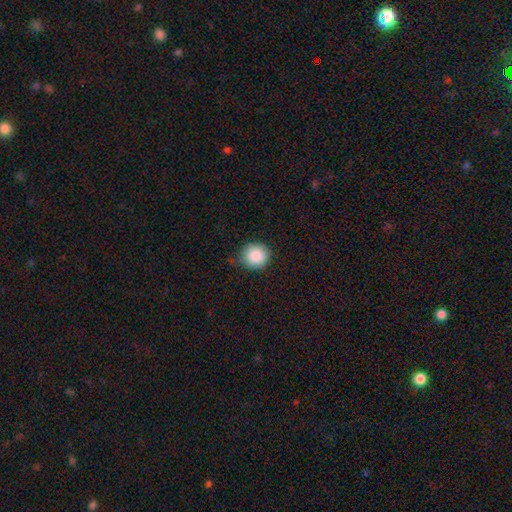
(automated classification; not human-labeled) smooth-or-featured: smooth: 88% | star or artifact: 8% | featured or disk: 3%
  how-rounded: round: 91% | in between: 8% | cigar-shaped: 1%
  merging: none: 80% | minor disturbance: 15% | major disturbance: 3% | merger: 1%